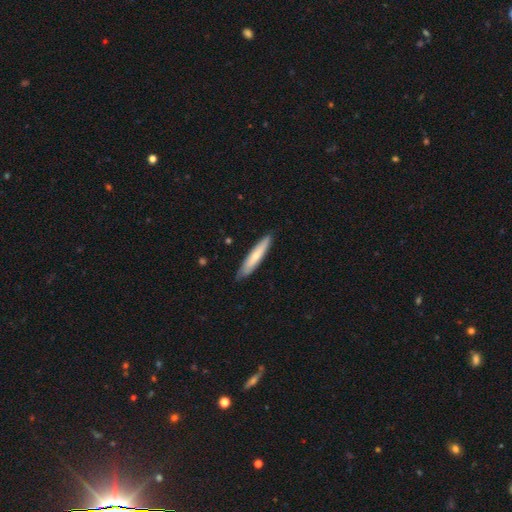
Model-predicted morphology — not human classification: This appears to be a smooth galaxy with no disk features (65%) that is cigar-shaped (90%). Merging: none (86%).